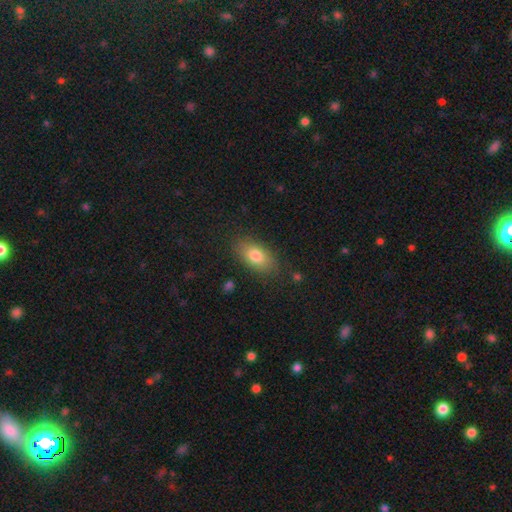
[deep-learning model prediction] smooth 80%, featured or disk 13%, star or artifact 8%. Down the decision tree: how rounded — in between (89%); merging — none (84%).